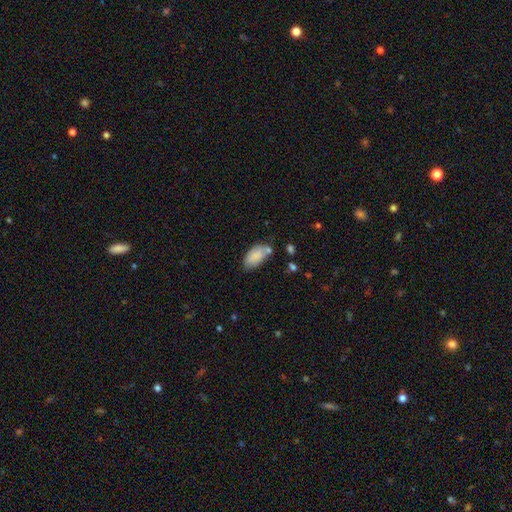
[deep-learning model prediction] A smooth galaxy with no disk features (85%) that is in between round and cigar-shaped (94%).

Vote fractions:
- Smooth or featured? smooth: 85% / star or artifact: 7% / featured or disk: 7%
- How rounded? in between: 94% / cigar-shaped: 3% / round: 3%
- Merging? none: 58% / minor disturbance: 24% / merger: 11% / major disturbance: 6%